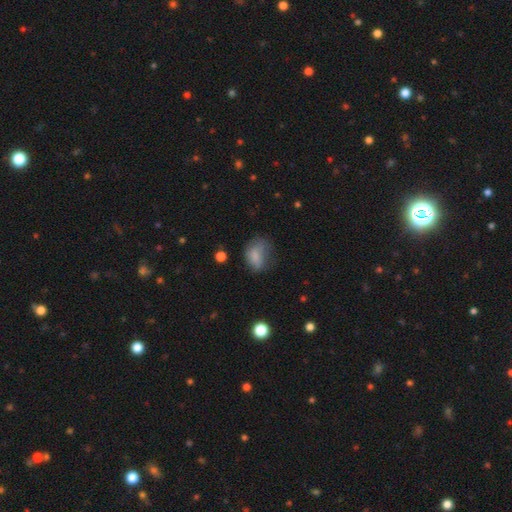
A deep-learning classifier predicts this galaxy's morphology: This is likely a smooth galaxy (73%). How rounded: likely in between (75%). Merging: marginally none (41%).